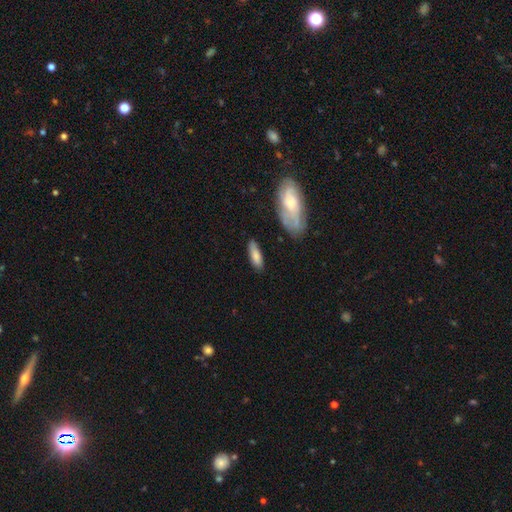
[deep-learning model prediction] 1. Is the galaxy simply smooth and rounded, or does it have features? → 76% smooth, 17% featured or disk, 7% star or artifact.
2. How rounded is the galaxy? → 56% in between, 42% cigar-shaped, 2% round.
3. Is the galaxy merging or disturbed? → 76% none, 17% minor disturbance, 4% major disturbance, 3% merger.